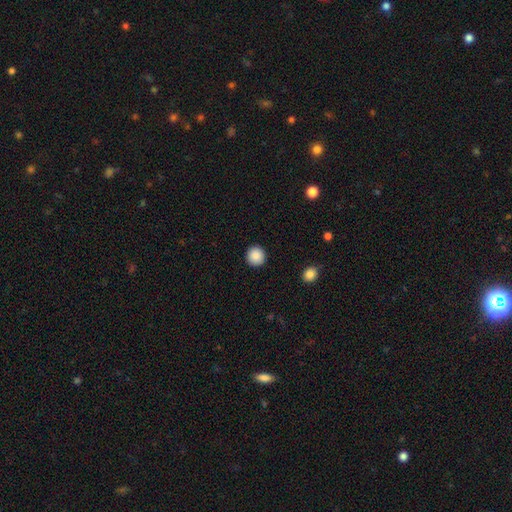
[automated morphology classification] Overall: smooth (89%). How rounded: round (94%). Merging: none (93%).